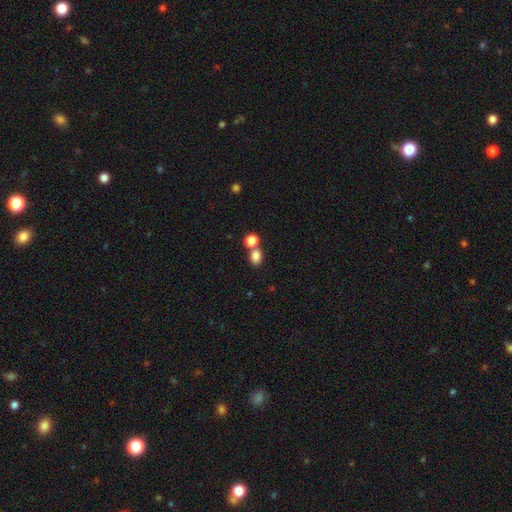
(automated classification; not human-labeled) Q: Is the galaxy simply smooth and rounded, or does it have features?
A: smooth — 82%.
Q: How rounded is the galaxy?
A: in between — 56%.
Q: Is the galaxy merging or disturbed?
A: none — 46%.